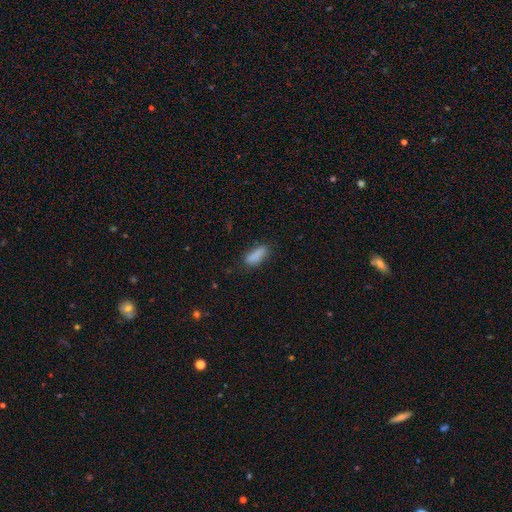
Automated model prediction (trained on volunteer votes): A smooth galaxy with no disk features (86%) that is in between round and cigar-shaped (74%).

Vote fractions:
- Smooth or featured? smooth: 86% / star or artifact: 8% / featured or disk: 6%
- How rounded? in between: 74% / cigar-shaped: 24% / round: 3%
- Merging? none: 70% / minor disturbance: 21% / major disturbance: 6% / merger: 3%